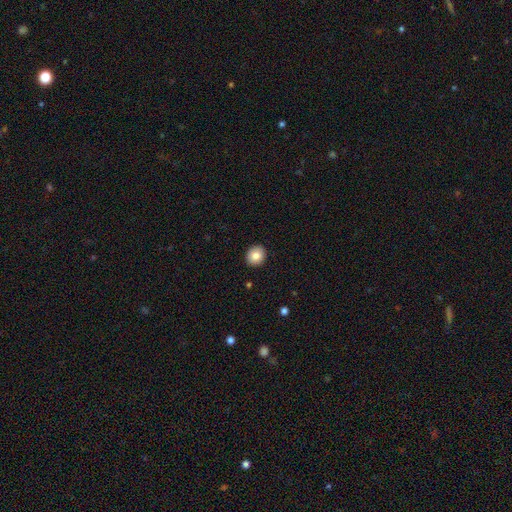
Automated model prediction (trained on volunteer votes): This appears to be a smooth galaxy with no disk features (84%) that is round (78%). Merging: none (92%).